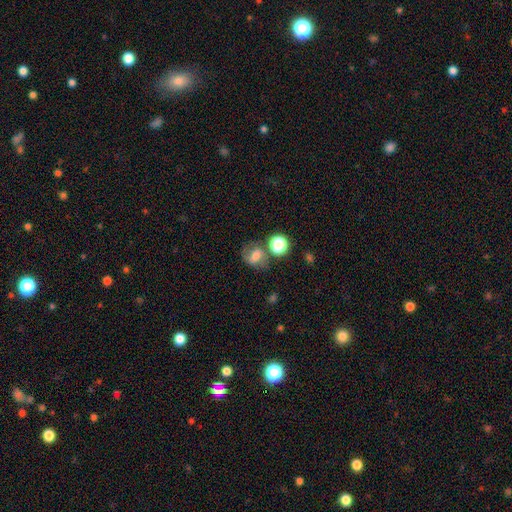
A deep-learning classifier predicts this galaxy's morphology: Smooth or featured? Predicted: smooth (p=0.54). How rounded? Predicted: round (p=0.53). Merging? Predicted: none (p=0.55).